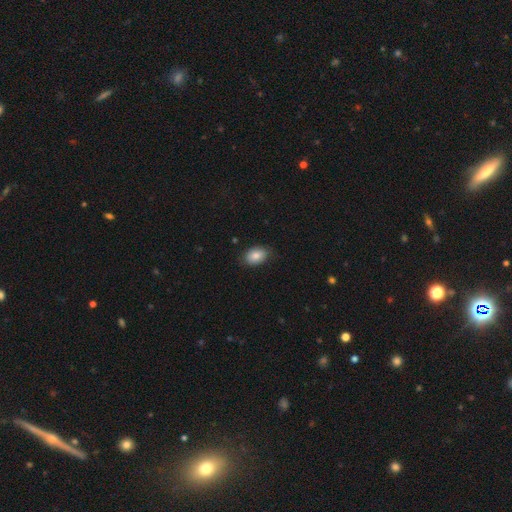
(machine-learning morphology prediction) This appears to be a smooth galaxy with no disk features (83%) that is in between round and cigar-shaped (82%). Merging: none (80%).